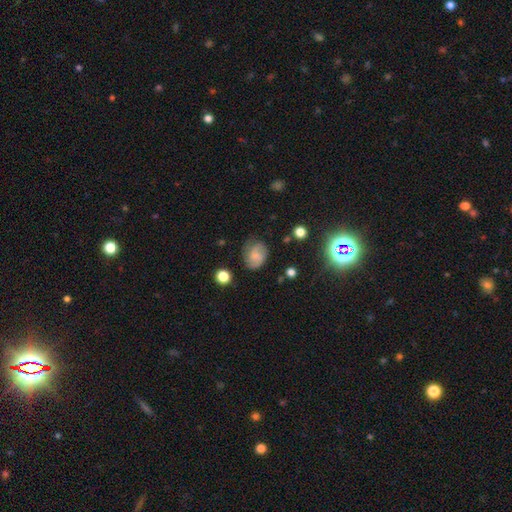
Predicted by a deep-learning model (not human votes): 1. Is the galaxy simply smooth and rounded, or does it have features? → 47% smooth, 42% featured or disk, 11% star or artifact.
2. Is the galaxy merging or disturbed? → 68% none, 22% minor disturbance, 8% major disturbance, 2% merger.